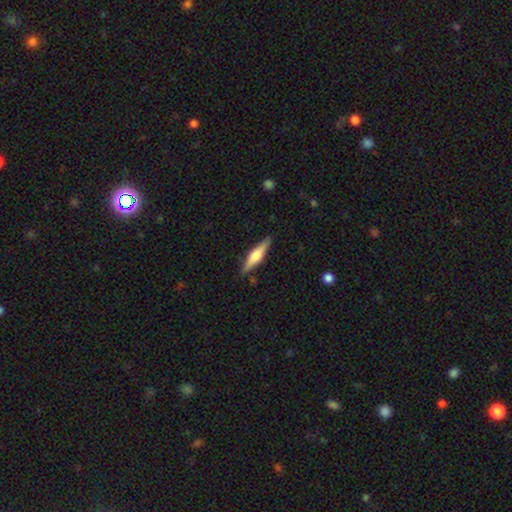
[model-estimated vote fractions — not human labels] Overall: featured or disk (57%; smooth 37%). Edge-on disk: yes (96%). Edge-on bulge: rounded (85%). Merging: none (88%).